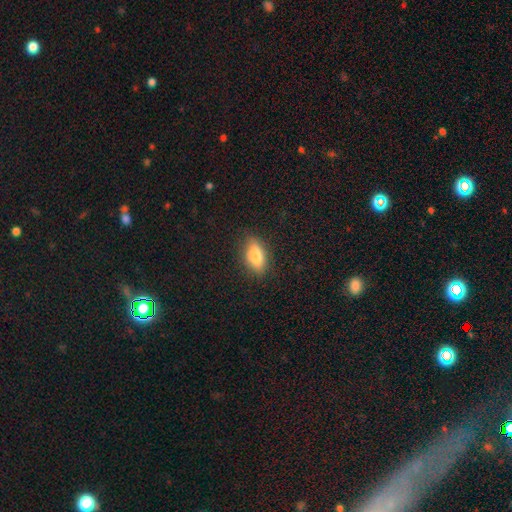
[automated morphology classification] A smooth galaxy with no disk features (80%) that is in between round and cigar-shaped (84%).

Vote fractions:
- Smooth or featured? smooth: 80% / featured or disk: 12% / star or artifact: 8%
- How rounded? in between: 84% / cigar-shaped: 12% / round: 4%
- Merging? none: 85% / minor disturbance: 11% / major disturbance: 3% / merger: 1%